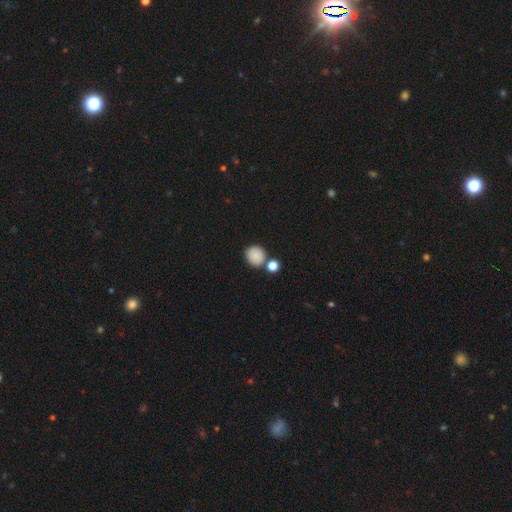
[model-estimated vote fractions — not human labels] Smooth or featured? smooth (85%)
How rounded? round (82%)
Merging? none (70%)